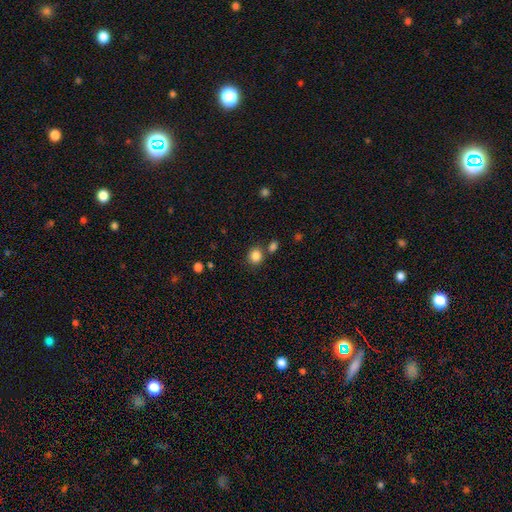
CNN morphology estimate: This appears to be a smooth galaxy with no disk features (85%) that is round (81%). Merging: none (75%).